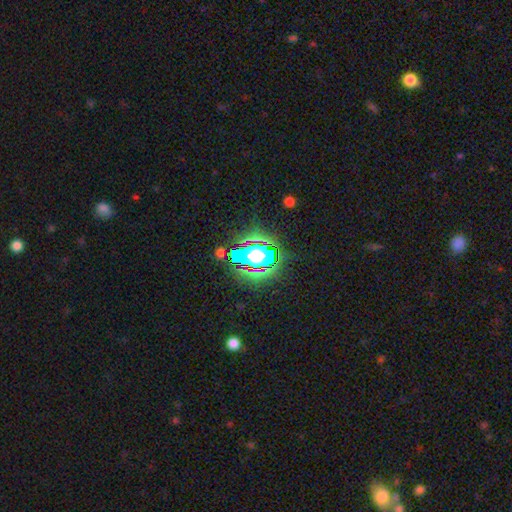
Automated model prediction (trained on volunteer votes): Smooth or featured? Predicted: star or artifact (p=0.58).